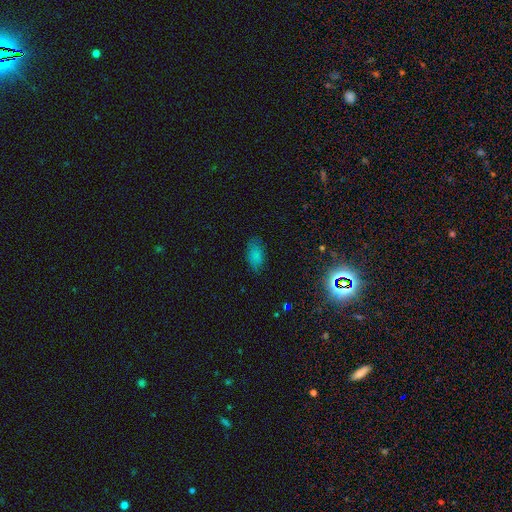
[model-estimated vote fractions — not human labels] Smooth or featured? Predicted: smooth (p=0.79). How rounded? Predicted: in between (p=0.92). Merging? Predicted: none (p=0.74).